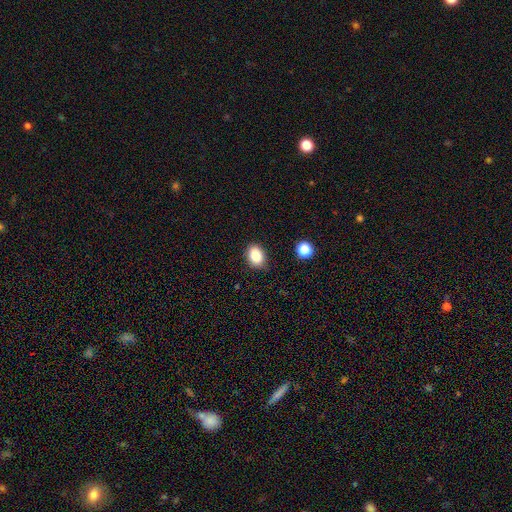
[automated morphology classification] Smooth or featured? Predicted: smooth (p=0.86). How rounded? Predicted: in between (p=0.71). Merging? Predicted: none (p=0.84).